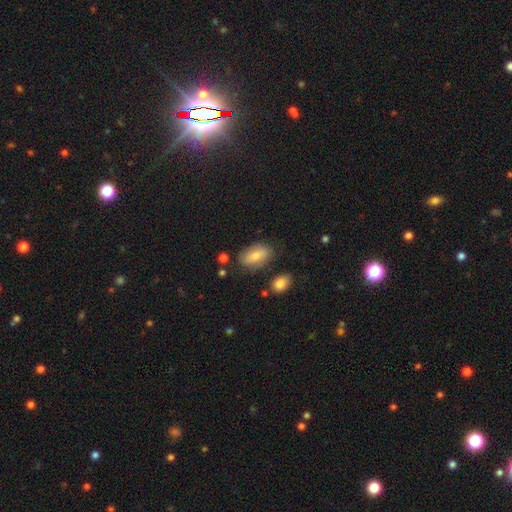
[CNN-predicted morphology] A smooth galaxy with no disk features (72%) that is in between round and cigar-shaped (91%). Merging: none (74%).